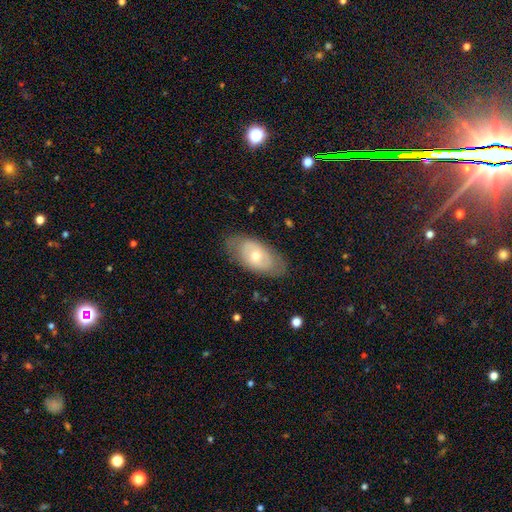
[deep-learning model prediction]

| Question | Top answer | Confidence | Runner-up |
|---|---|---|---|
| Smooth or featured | smooth | 49% | featured or disk (45%) |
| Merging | none | 77% | minor disturbance (16%) |